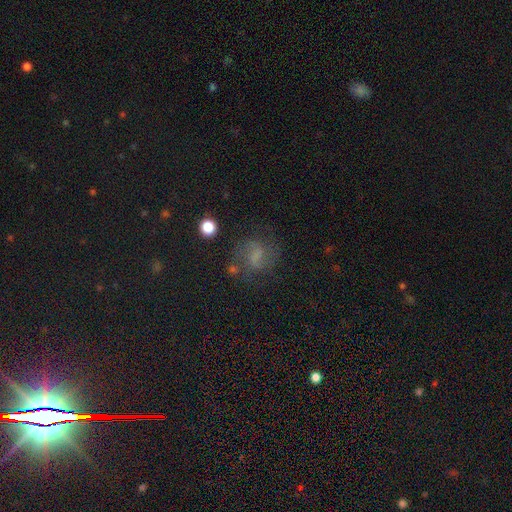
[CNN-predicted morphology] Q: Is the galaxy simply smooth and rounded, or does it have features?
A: featured or disk — 44%.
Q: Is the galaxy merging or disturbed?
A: none — 61%.